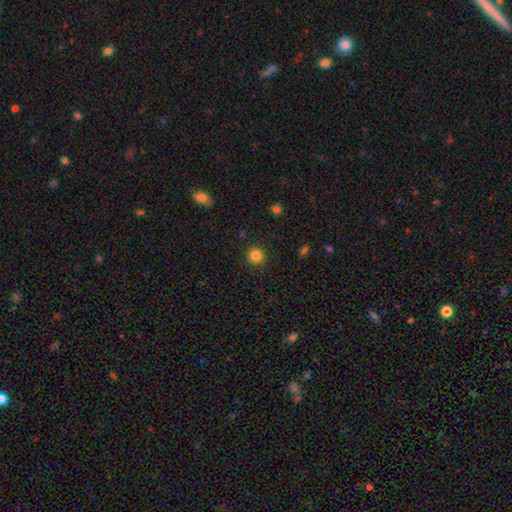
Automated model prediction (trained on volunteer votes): Smooth or featured: smooth — 84% (star or artifact — 12%)
How rounded: round — 92% (in between — 7%)
Merging: none — 91% (minor disturbance — 6%)